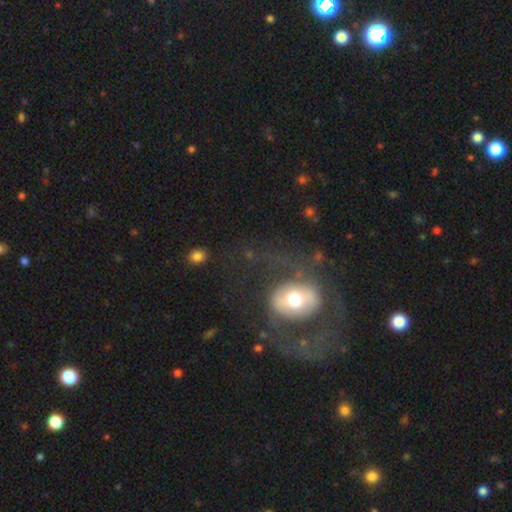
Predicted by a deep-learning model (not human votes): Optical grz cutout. It shows a featured or disk galaxy (68%) with no bar (50%), spiral arms (64%) and a moderate central bulge (58%). Merging: none (64%).